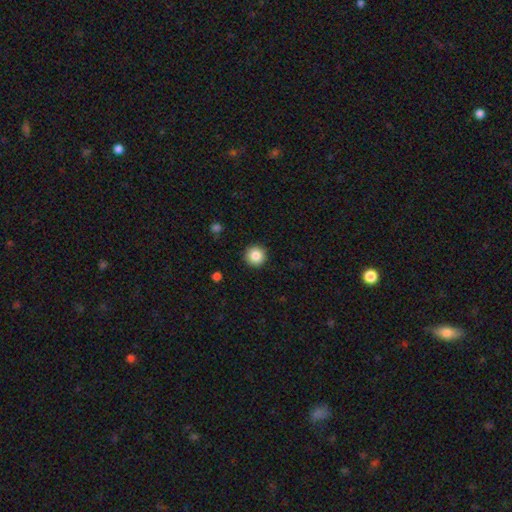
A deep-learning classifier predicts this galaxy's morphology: The model was most divided on "smooth or featured": smooth: 86%, star or artifact: 9%, featured or disk: 5%. More confident: how rounded — round (96%); merging — none (92%).